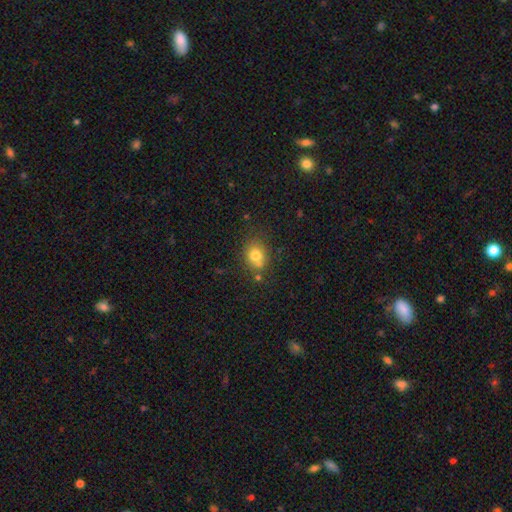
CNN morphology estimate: This appears to be a smooth galaxy with no disk features (76%) that is round (62%). Merging: none (64%).